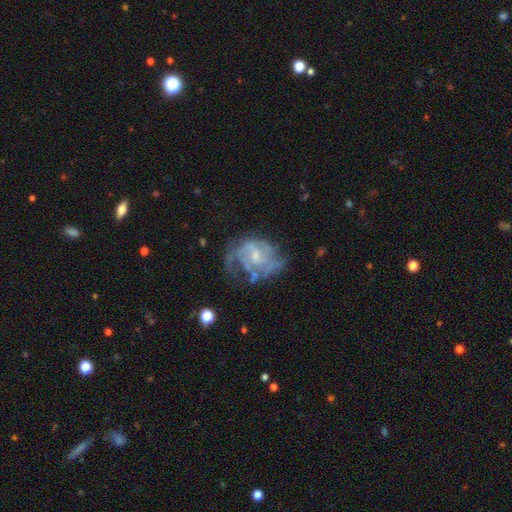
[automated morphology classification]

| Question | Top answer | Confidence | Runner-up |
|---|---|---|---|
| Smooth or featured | featured or disk | 81% | smooth (12%) |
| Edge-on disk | no | 98% | yes (2%) |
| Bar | no | 52% | weak (41%) |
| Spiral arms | yes | 82% | no (18%) |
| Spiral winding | medium | 42% | tight (37%) |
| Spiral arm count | can't tell | 38% | 2 (27%) |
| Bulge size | small | 56% | moderate (32%) |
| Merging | none | 40% | major disturbance (32%) |